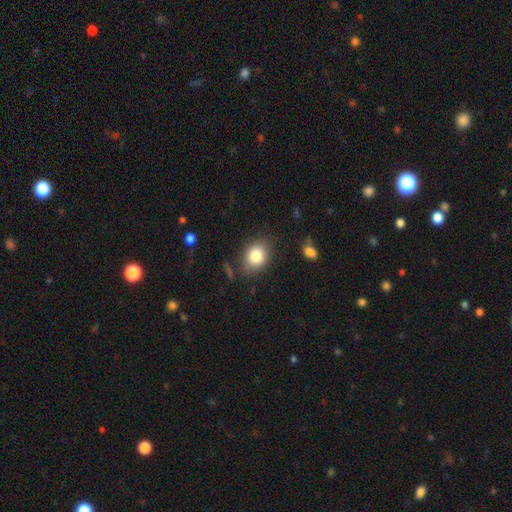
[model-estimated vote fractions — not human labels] The model was most divided on "how rounded": in between: 58%, round: 41%, cigar-shaped: 1%. More confident: smooth or featured — smooth (82%); merging — none (78%).